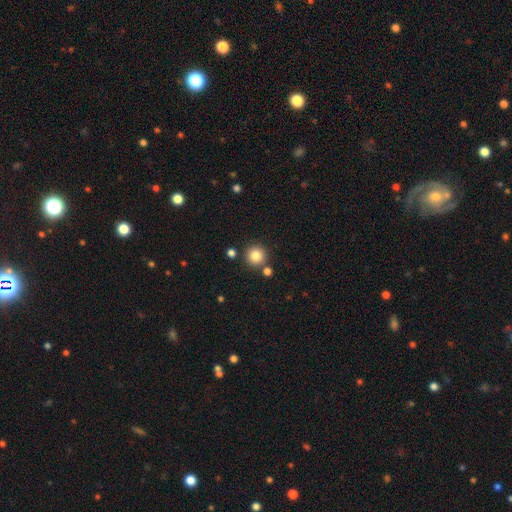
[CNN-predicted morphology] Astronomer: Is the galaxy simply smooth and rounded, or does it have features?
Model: smooth — 84%.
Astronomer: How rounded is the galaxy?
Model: round — 94%.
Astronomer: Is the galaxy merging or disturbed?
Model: none — 82%.